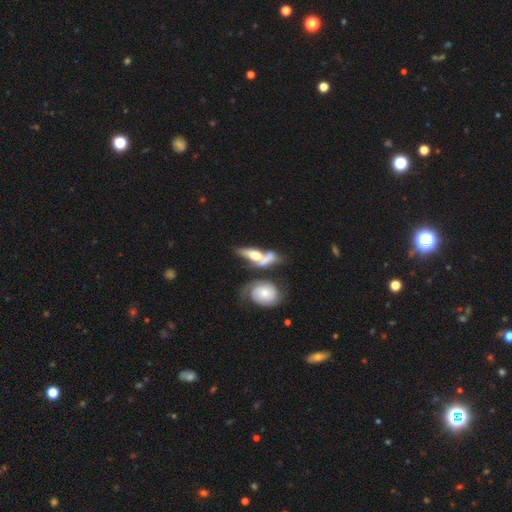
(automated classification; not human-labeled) featured or disk 49%, smooth 44%, star or artifact 7%. Down the decision tree: merging — merger (52%).